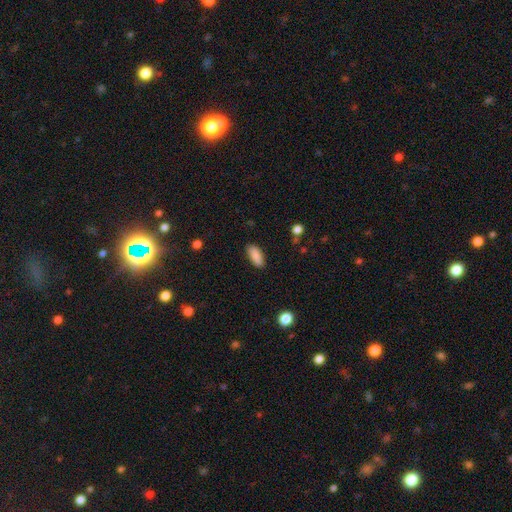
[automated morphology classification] A smooth galaxy with no disk features (88%) that is in between round and cigar-shaped (80%). Merging: none (87%).